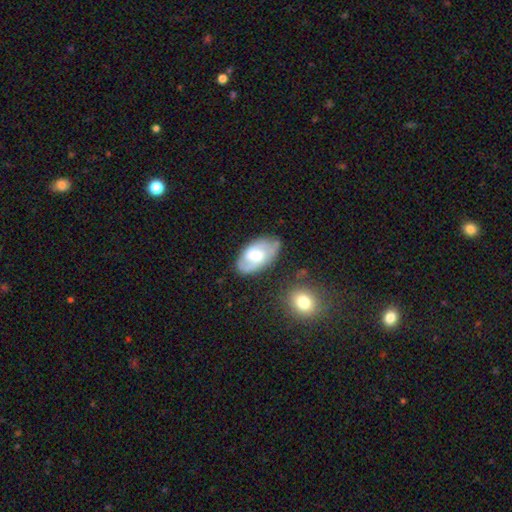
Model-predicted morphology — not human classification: featured or disk 67%, smooth 27%, star or artifact 6%. Down the decision tree: edge-on disk — no (95%); bar — no (46%); spiral arms — yes (85%); spiral arm count — 2 (61%); spiral winding — medium (43%); bulge size — moderate (60%); merging — none (67%).